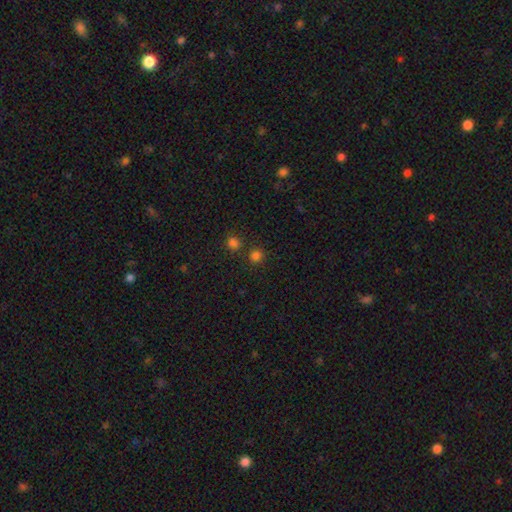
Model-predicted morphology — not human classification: smooth_or_featured: smooth (p=0.76) [alt: star or artifact p=0.19]
how_rounded: round (p=0.91) [alt: in between p=0.08]
merging: none (p=0.78) [alt: merger p=0.13]